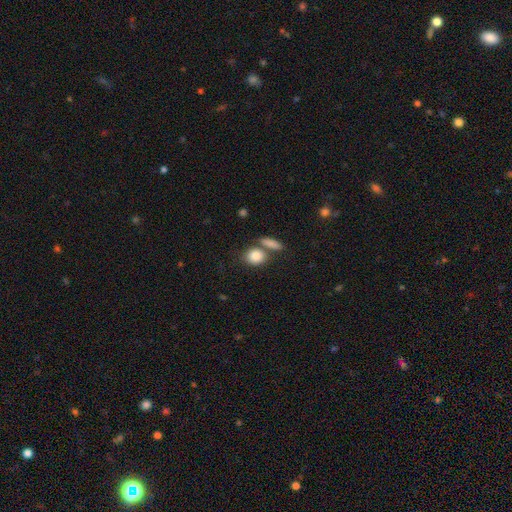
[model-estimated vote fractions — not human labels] smooth-or-featured: smooth: 86% | star or artifact: 7% | featured or disk: 7%
  how-rounded: round: 57% | in between: 40% | cigar-shaped: 3%
  merging: none: 53% | merger: 30% | minor disturbance: 12% | major disturbance: 5%